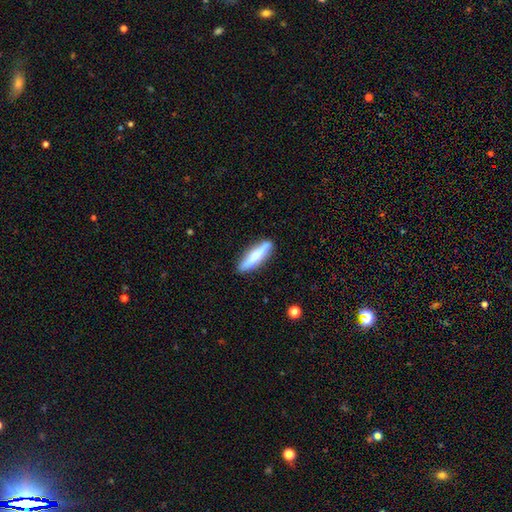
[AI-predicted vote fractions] smooth-or-featured: smooth: 60% | featured or disk: 34% | star or artifact: 6%
  how-rounded: cigar-shaped: 82% | in between: 17% | round: 2%
  merging: none: 87% | minor disturbance: 9% | major disturbance: 2% | merger: 1%